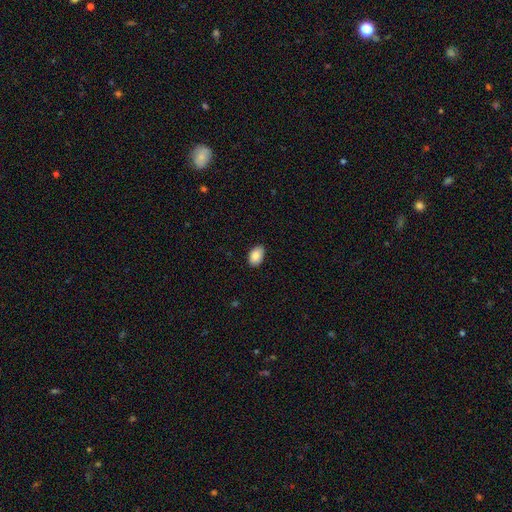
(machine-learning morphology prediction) The model was most divided on "merging": none: 86%, minor disturbance: 11%, major disturbance: 2%, merger: 1%. More confident: how rounded — in between (89%); smooth or featured — smooth (87%).